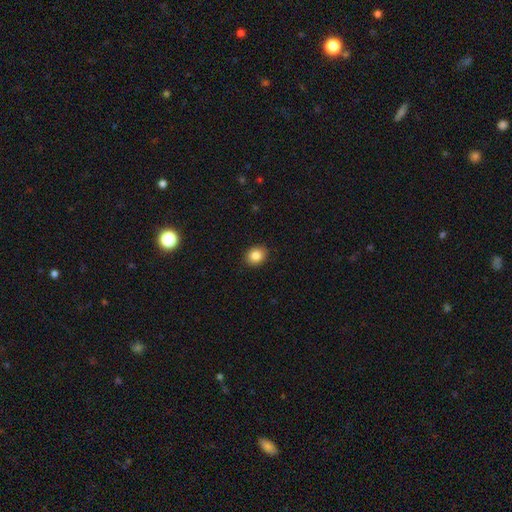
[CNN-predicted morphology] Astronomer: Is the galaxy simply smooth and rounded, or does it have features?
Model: smooth — 85%.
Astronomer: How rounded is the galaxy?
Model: round — 58% (runner-up: in between, 41%).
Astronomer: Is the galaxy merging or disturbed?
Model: none — 91%.